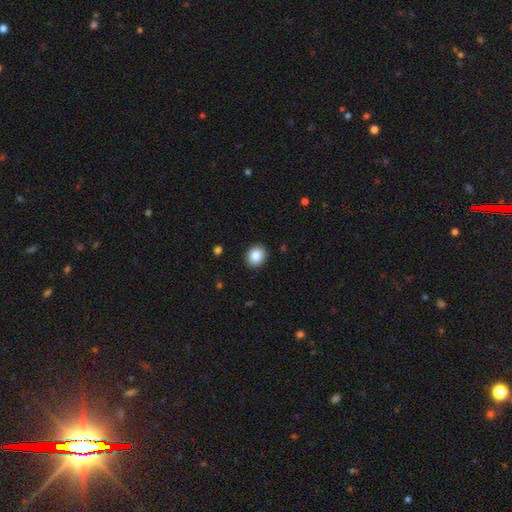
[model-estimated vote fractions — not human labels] Smooth or featured? Predicted: smooth (p=0.87). How rounded? Predicted: round (p=0.63). Merging? Predicted: none (p=0.91).